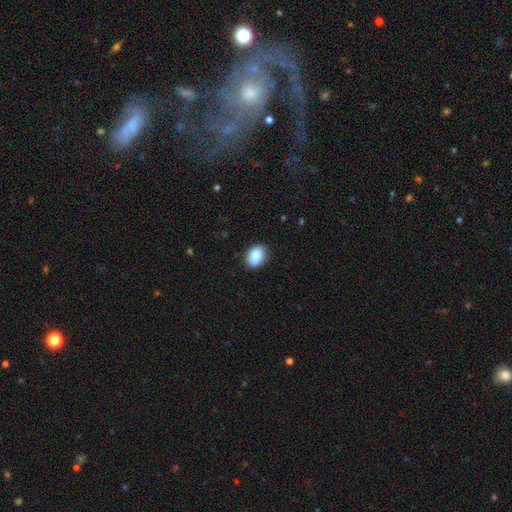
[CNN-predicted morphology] smooth_or_featured: smooth (p=0.83) [alt: featured or disk p=0.10]
how_rounded: in between (p=0.77) [alt: round p=0.22]
merging: none (p=0.81) [alt: minor disturbance p=0.15]